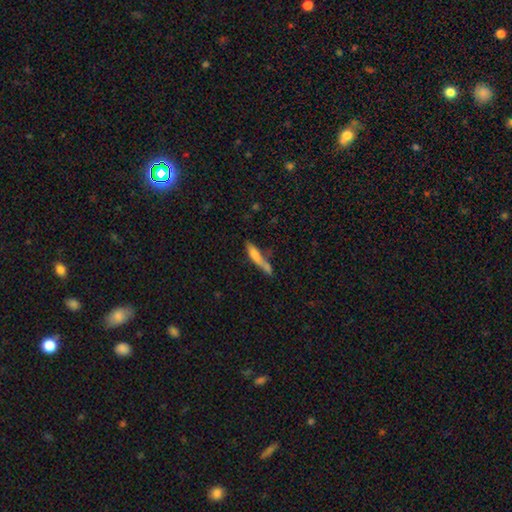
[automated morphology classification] Overall: smooth (71%). How rounded: cigar-shaped (81%). Merging: none (40%; merger 31%).